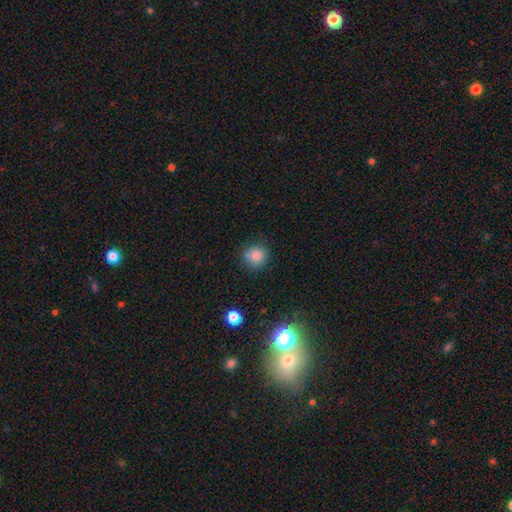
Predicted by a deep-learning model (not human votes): Smooth or featured: smooth — 83% (star or artifact — 11%)
How rounded: round — 90% (in between — 9%)
Merging: none — 76% (minor disturbance — 13%)